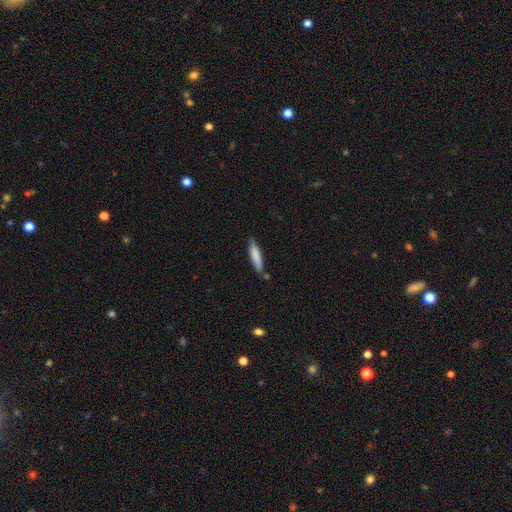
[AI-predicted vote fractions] The model was most divided on "merging": none: 77%, minor disturbance: 15%, merger: 5%, major disturbance: 3%. More confident: how rounded — cigar-shaped (83%); smooth or featured — smooth (81%).